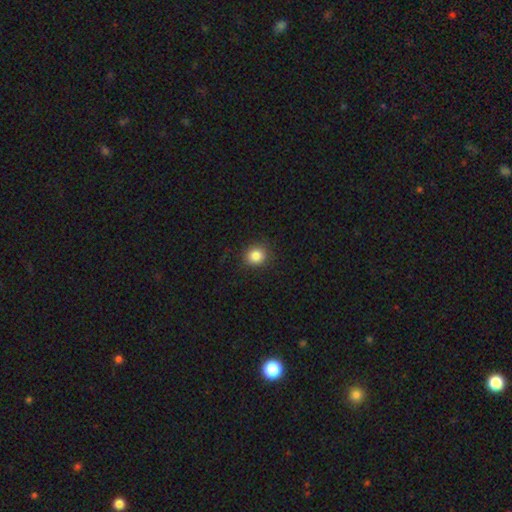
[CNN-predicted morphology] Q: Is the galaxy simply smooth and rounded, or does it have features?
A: smooth — 85%.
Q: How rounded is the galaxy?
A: round — 83%.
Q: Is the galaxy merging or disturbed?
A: none — 88%.